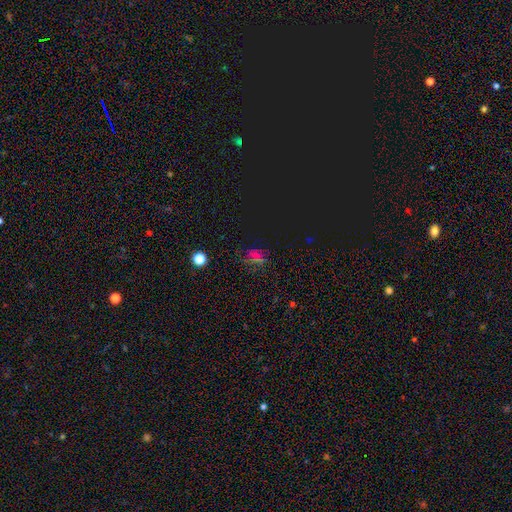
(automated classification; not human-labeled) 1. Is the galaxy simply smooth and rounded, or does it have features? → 54% star or artifact, 35% smooth, 11% featured or disk.